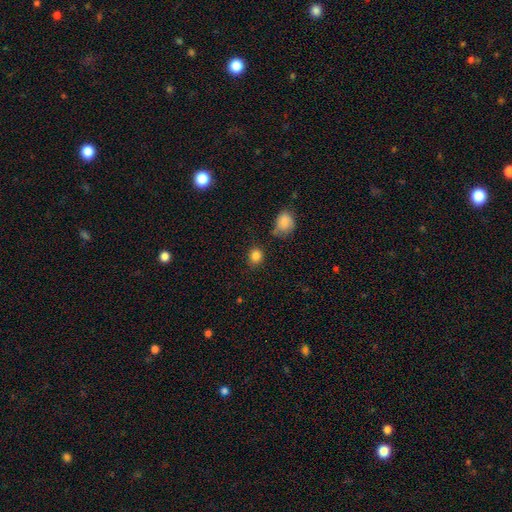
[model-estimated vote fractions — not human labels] Smooth or featured? smooth (85%)
How rounded? round (69%)
Merging? none (81%)